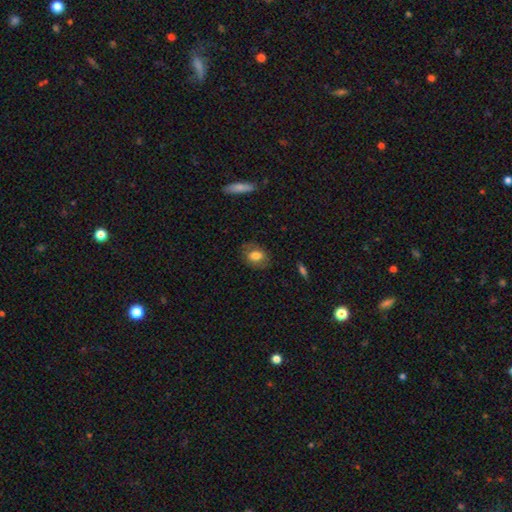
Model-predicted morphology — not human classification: type=smooth (73%); roundness=in between (71%); merging=none (79%).